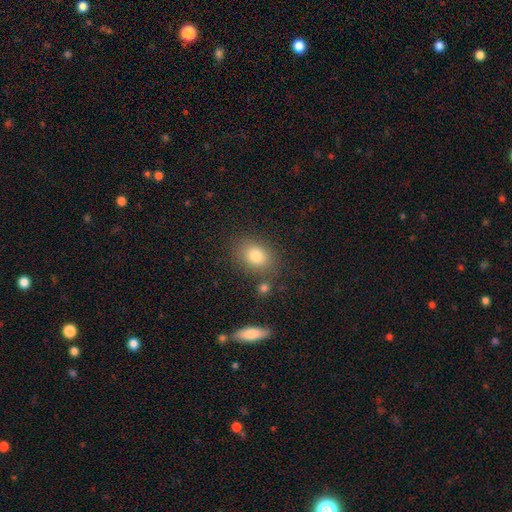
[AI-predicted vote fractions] This is likely a smooth galaxy (80%). How rounded: possibly in between (58%). Merging: likely none (78%).